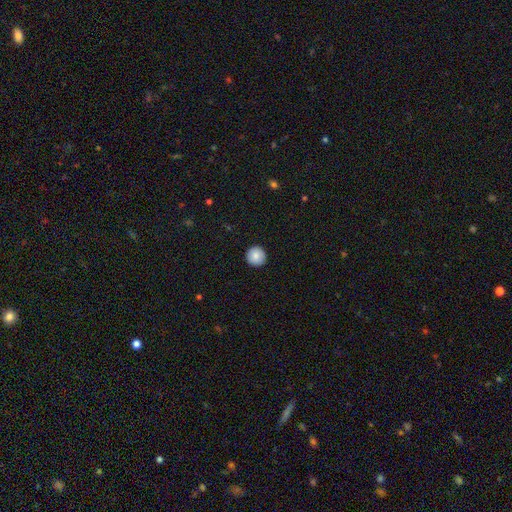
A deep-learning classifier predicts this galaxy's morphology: smooth_or_featured: smooth (p=0.86) [alt: star or artifact p=0.08]
how_rounded: round (p=0.96) [alt: in between p=0.03]
merging: none (p=0.93) [alt: minor disturbance p=0.05]